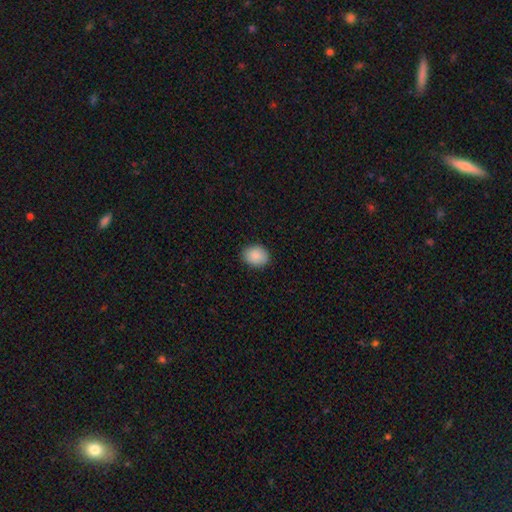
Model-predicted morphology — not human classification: A smooth galaxy with no disk features (87%) that is round (52%).

Vote fractions:
- Smooth or featured? smooth: 87% / star or artifact: 8% / featured or disk: 5%
- How rounded? round: 52% / in between: 48% / cigar-shaped: 1%
- Merging? none: 88% / minor disturbance: 9% / major disturbance: 2% / merger: 1%